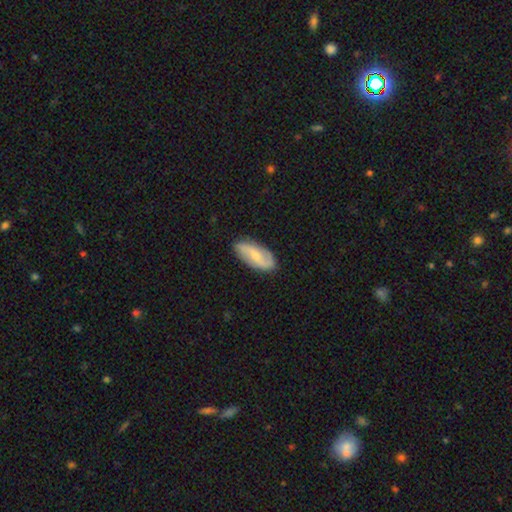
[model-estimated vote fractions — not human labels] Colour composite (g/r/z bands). It shows a featured or disk galaxy (63%) with a weak bar (42%), 2 (88%) loose (54%) spiral arms (91%) and a small central bulge (56%). Merging: none (84%).